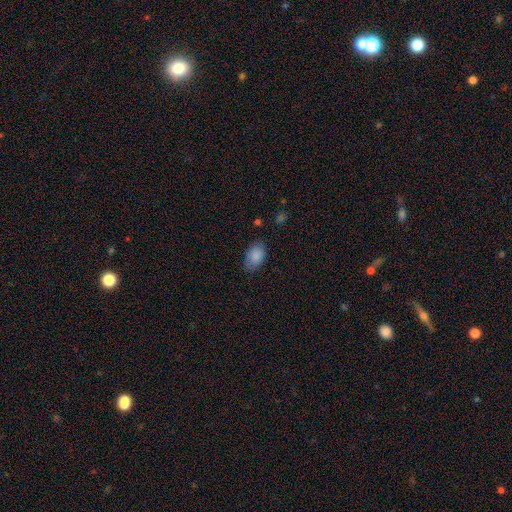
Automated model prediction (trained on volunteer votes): Smooth or featured: smooth — 86% (star or artifact — 7%)
How rounded: in between — 89% (round — 9%)
Merging: none — 73% (minor disturbance — 21%)